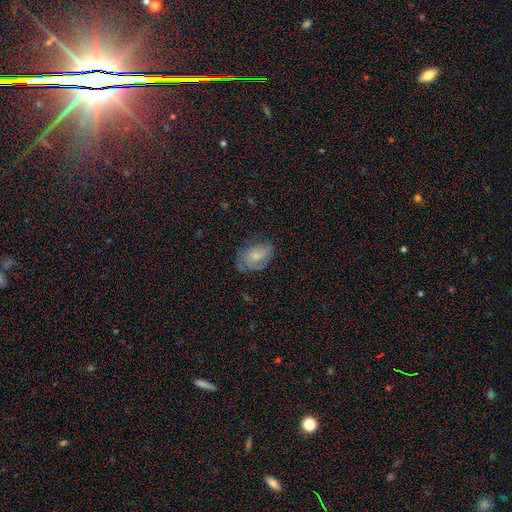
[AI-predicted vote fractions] Smooth or featured: smooth — 55% (featured or disk — 37%)
How rounded: in between — 84% (round — 14%)
Merging: none — 61% (minor disturbance — 28%)